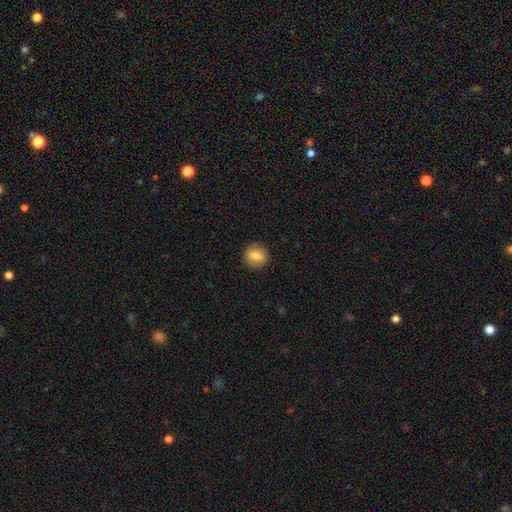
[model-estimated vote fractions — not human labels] This appears to be a smooth galaxy with no disk features (80%) that is round (80%). Merging: none (89%).